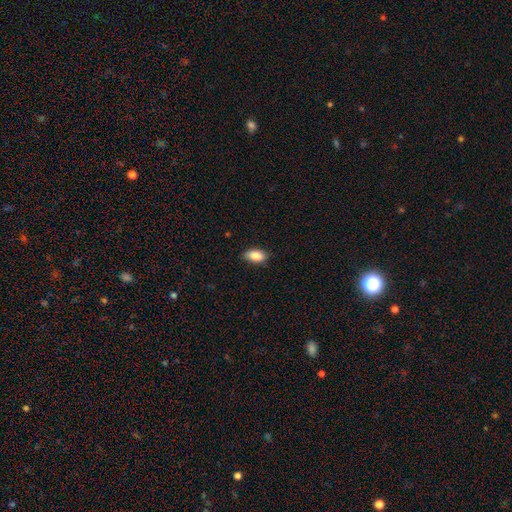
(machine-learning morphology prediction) Smooth or featured: smooth — 87% (star or artifact — 7%)
How rounded: in between — 91% (cigar-shaped — 4%)
Merging: none — 83% (minor disturbance — 14%)